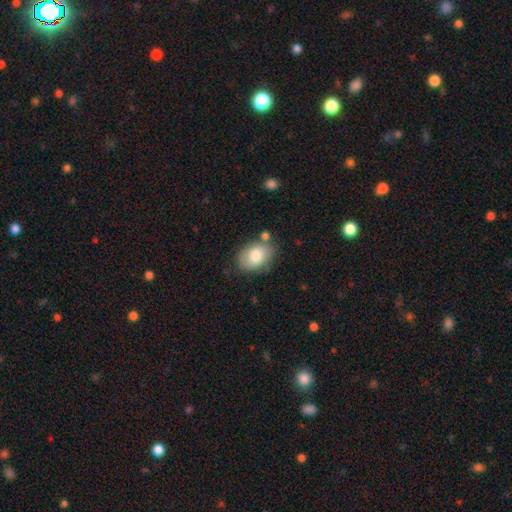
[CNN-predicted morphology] Smooth or featured: smooth — 76% (featured or disk — 17%)
How rounded: in between — 80% (round — 19%)
Merging: none — 72% (minor disturbance — 17%)